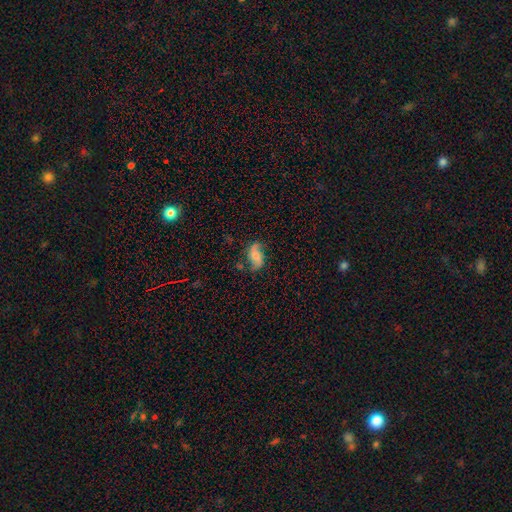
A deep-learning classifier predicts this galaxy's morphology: type=featured or disk (71%); edge-on=no (96%); bar=no (58%); spiral arms=yes (93%); winding=loose (75%); arm count=2 (91%); bulge=moderate (48%); merging=none (72%).